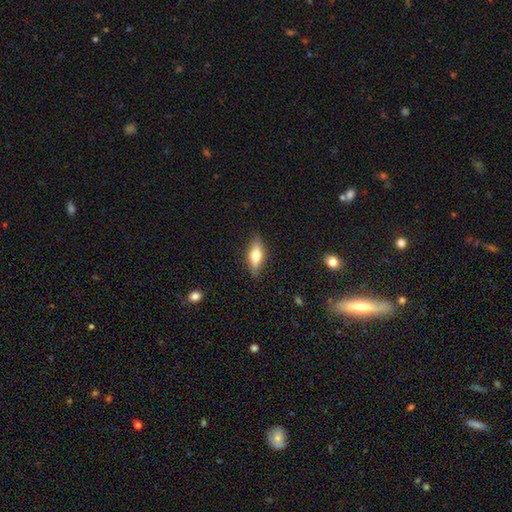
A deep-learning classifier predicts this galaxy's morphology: type=smooth (64%); roundness=in between (71%); merging=none (82%).